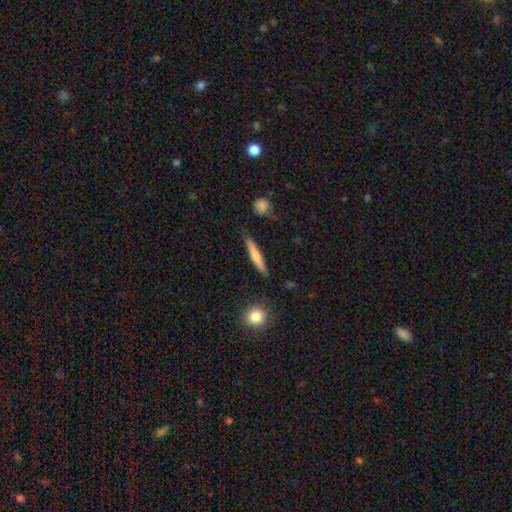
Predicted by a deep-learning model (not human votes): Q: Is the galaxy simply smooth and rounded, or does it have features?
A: smooth — 64%.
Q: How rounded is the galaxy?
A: cigar-shaped — 91%.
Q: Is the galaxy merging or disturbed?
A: none — 85%.